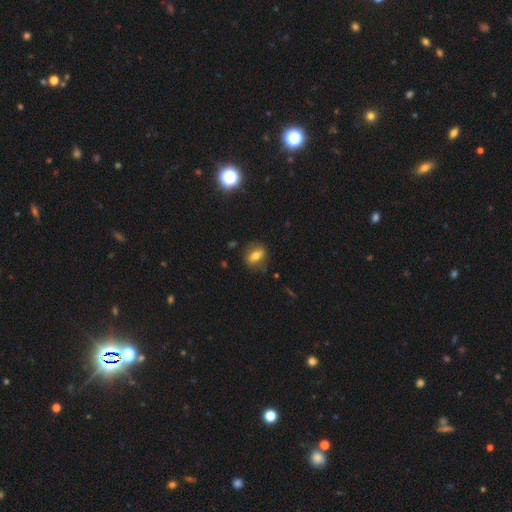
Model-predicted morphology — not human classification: This appears to be a smooth galaxy with no disk features (60%) that is in between round and cigar-shaped (66%). Merging: none (77%).